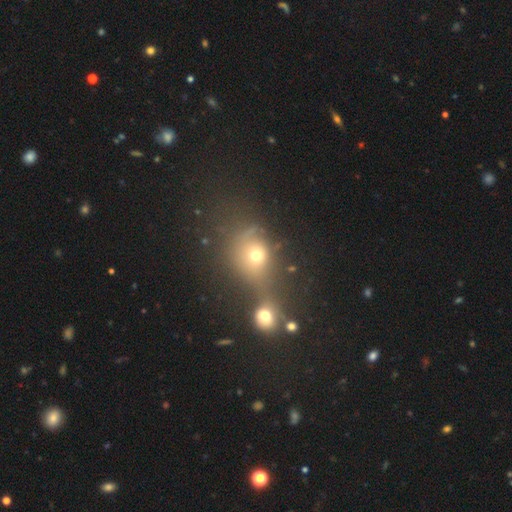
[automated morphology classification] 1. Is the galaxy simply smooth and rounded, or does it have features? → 62% smooth, 21% star or artifact, 17% featured or disk.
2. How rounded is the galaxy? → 63% round, 35% in between, 2% cigar-shaped.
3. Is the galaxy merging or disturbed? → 47% merger, 31% none, 12% major disturbance, 10% minor disturbance.